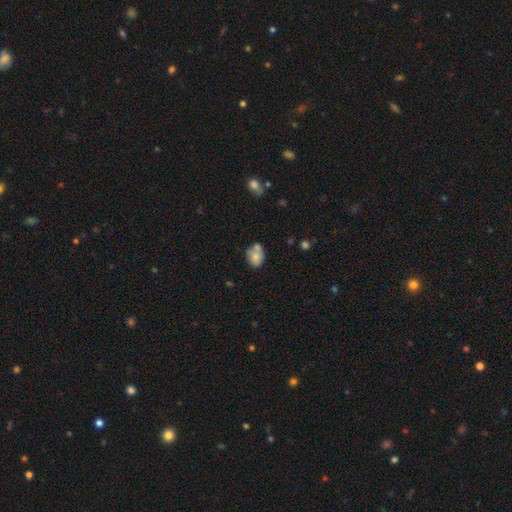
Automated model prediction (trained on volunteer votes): Morphology: type=smooth (74%); roundness=in between (57%); merging=none (49%).